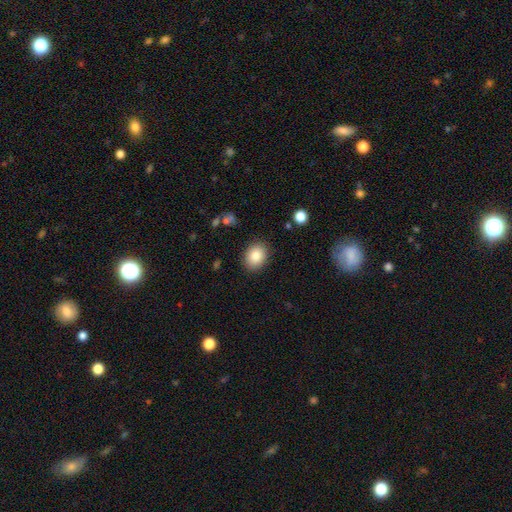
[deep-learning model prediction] A smooth galaxy with no disk features (84%) that is in between round and cigar-shaped (56%).

Vote fractions:
- Smooth or featured? smooth: 84% / star or artifact: 9% / featured or disk: 7%
- How rounded? in between: 56% / round: 43% / cigar-shaped: 1%
- Merging? none: 88% / minor disturbance: 9% / major disturbance: 2% / merger: 1%